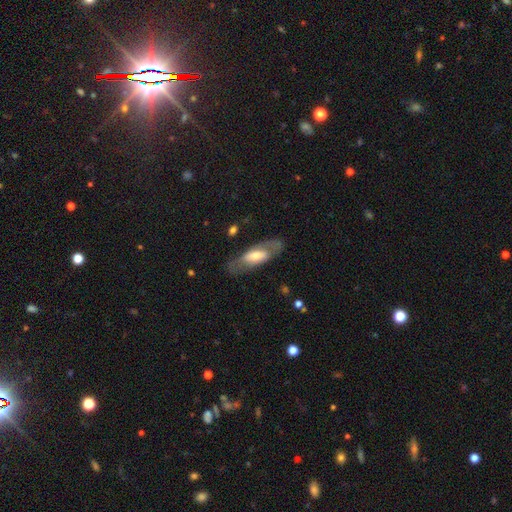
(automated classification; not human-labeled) Smooth or featured? Predicted: featured or disk (p=0.50). Edge-on disk? Predicted: no (p=0.72). Merging? Predicted: none (p=0.72).